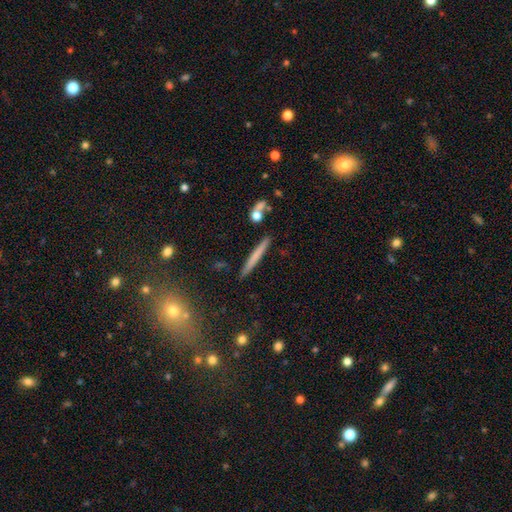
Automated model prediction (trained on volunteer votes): A smooth galaxy with no disk features (59%) that is cigar-shaped (96%).

Vote fractions:
- Smooth or featured? smooth: 59% / featured or disk: 34% / star or artifact: 7%
- How rounded? cigar-shaped: 96% / in between: 2% / round: 2%
- Merging? none: 88% / minor disturbance: 7% / merger: 3% / major disturbance: 2%